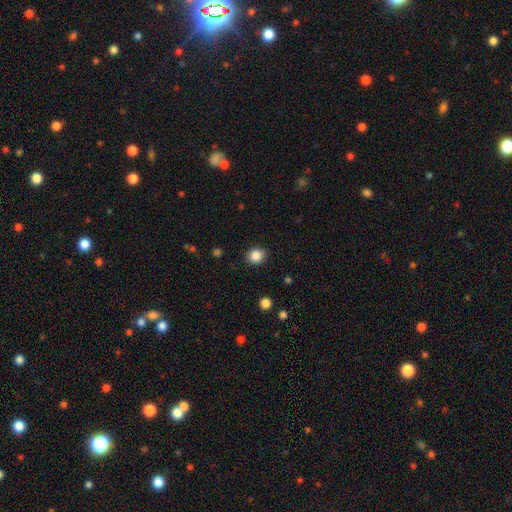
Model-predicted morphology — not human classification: smooth 86%, star or artifact 10%, featured or disk 4%. Down the decision tree: how rounded — round (74%); merging — none (88%).